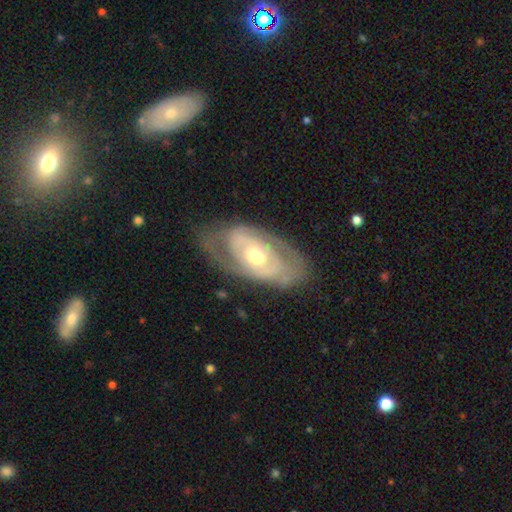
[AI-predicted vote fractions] Smooth or featured?
  - featured or disk: 75% *
  - smooth: 21%
  - star or artifact: 5%
Edge-on disk?
  - no: 92% *
  - yes: 8%
Bar?
  - no: 72% *
  - weak: 21%
  - strong: 7%
Spiral arms?
  - yes: 60% *
  - no: 40%
Bulge size?
  - moderate: 72% *
  - small: 17%
  - large: 9%
  - dominant: 1%
  - none: 1%
Merging?
  - none: 72% *
  - minor disturbance: 18%
  - major disturbance: 9%
  - merger: 1%